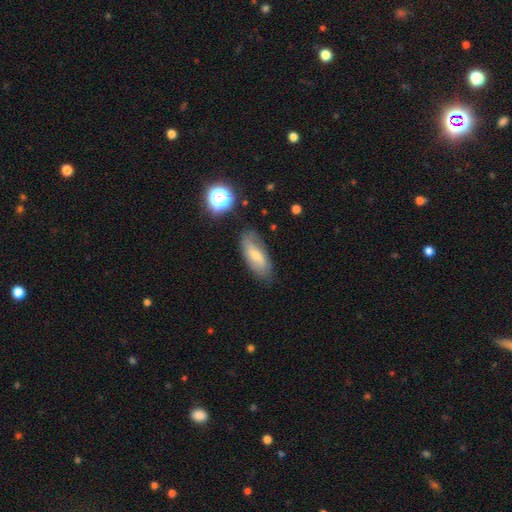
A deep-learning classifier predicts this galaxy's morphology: Smooth or featured? smooth (52%)
How rounded? in between (80%)
Merging? none (70%)